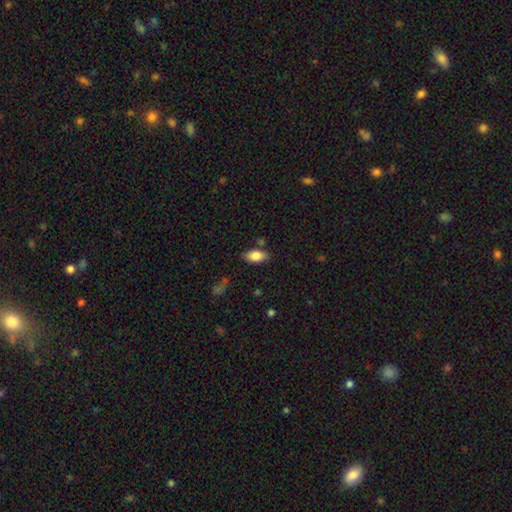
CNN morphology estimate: This is clearly a smooth galaxy (82%). How rounded: clearly in between (91%). Merging: likely none (79%).